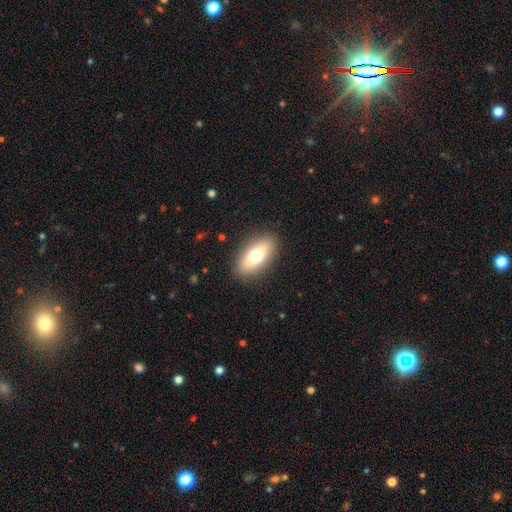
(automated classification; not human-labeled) Overall: smooth (70%). How rounded: in between (86%). Merging: none (88%).